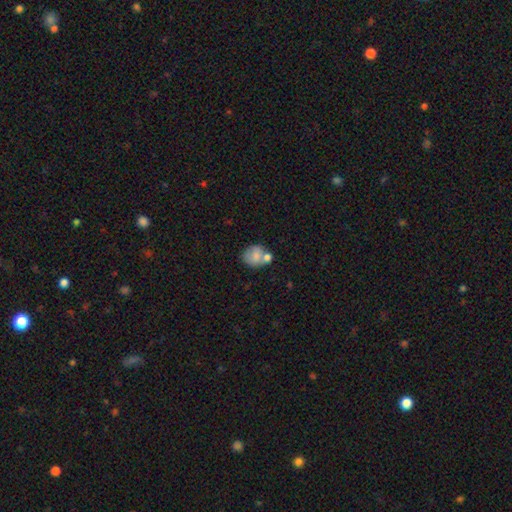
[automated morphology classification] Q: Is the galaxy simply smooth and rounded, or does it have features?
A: smooth — 74%.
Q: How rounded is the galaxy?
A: round — 62%.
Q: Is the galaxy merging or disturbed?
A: none — 43%.